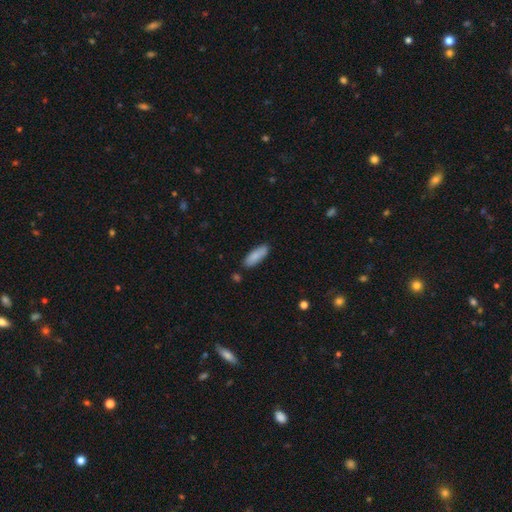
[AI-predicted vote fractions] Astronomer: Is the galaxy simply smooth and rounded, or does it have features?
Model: smooth — 86%.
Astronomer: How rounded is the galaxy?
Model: in between — 66%.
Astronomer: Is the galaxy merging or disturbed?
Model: none — 84%.